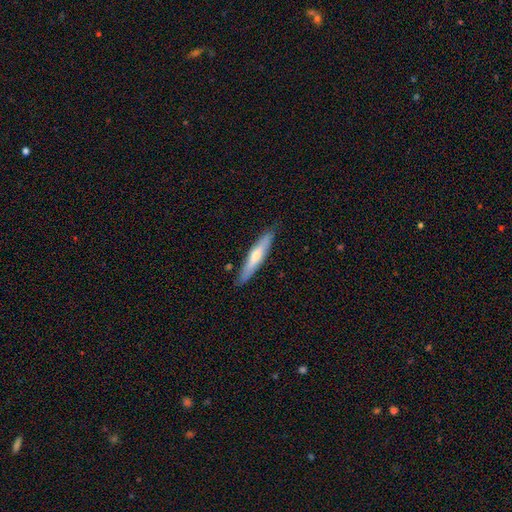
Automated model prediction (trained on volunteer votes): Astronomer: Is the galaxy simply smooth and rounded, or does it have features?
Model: smooth — 49% (runner-up: featured or disk, 45%).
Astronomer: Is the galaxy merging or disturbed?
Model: none — 86%.